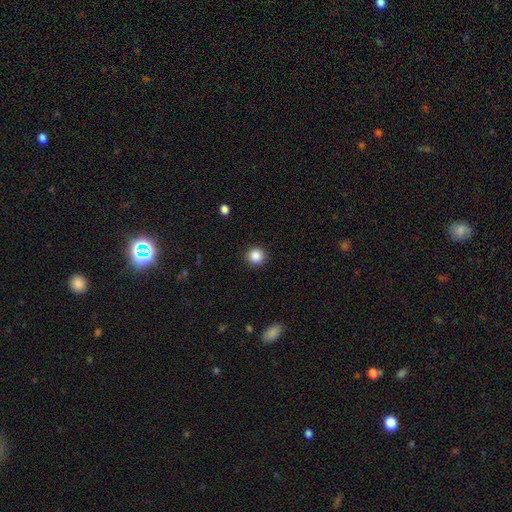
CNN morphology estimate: smooth 87%, star or artifact 10%, featured or disk 3%. Down the decision tree: how rounded — round (94%); merging — none (91%).